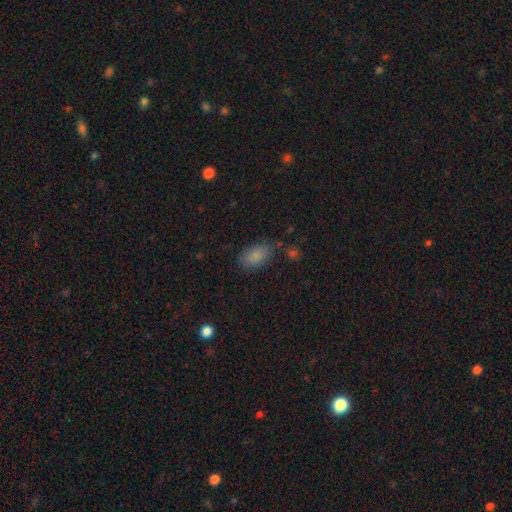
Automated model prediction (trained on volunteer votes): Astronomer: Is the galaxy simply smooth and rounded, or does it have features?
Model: smooth — 85%.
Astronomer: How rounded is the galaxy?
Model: in between — 92%.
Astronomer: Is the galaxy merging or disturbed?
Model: none — 73%.